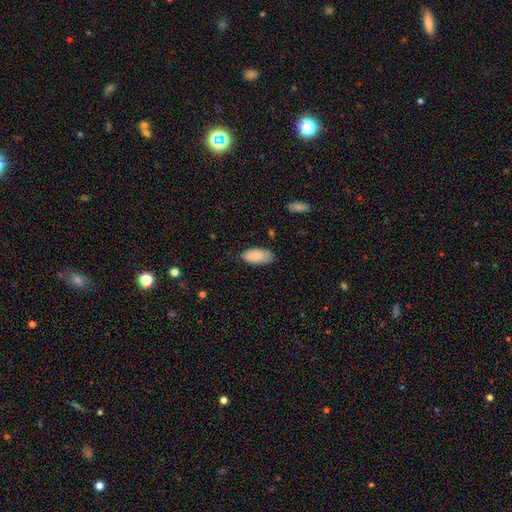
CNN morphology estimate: A smooth galaxy with no disk features (87%) that is in between round and cigar-shaped (93%).

Vote fractions:
- Smooth or featured? smooth: 87% / featured or disk: 6% / star or artifact: 6%
- How rounded? in between: 93% / cigar-shaped: 6% / round: 2%
- Merging? none: 77% / minor disturbance: 18% / major disturbance: 3% / merger: 1%